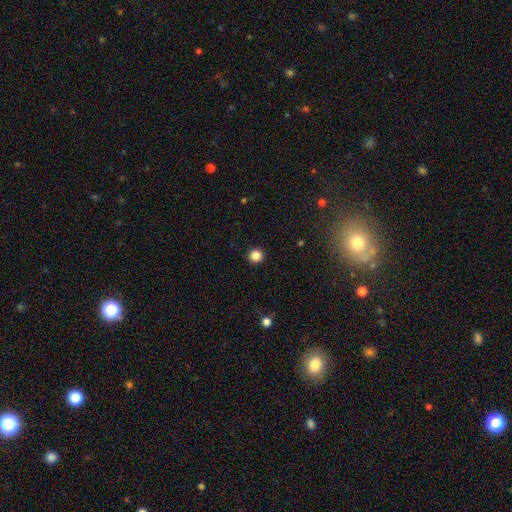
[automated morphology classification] type=smooth (85%); roundness=round (95%); merging=none (94%).